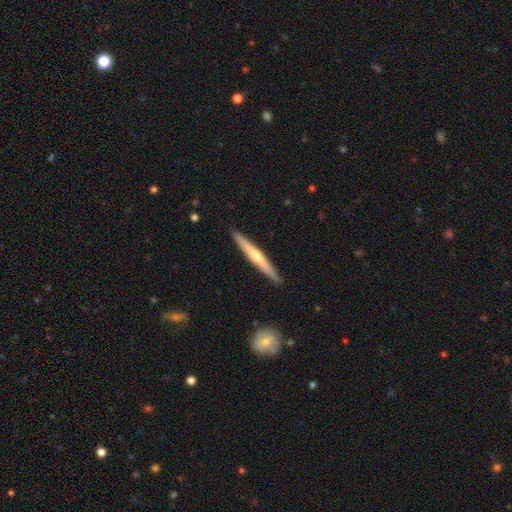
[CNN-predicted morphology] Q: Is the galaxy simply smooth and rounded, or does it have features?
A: featured or disk — 60%.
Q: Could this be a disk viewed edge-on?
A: yes — 97%.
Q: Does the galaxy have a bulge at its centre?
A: rounded — 73%.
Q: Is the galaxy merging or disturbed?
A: none — 91%.